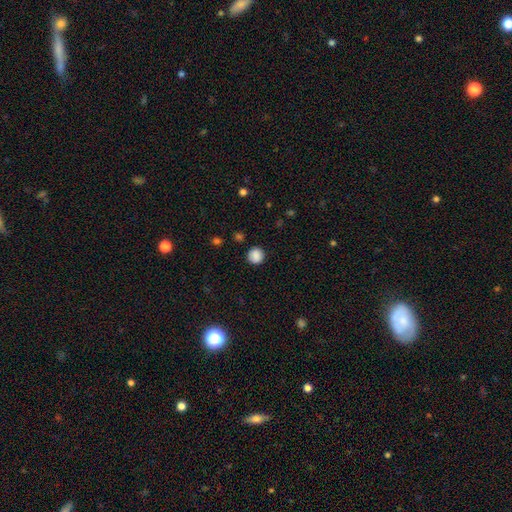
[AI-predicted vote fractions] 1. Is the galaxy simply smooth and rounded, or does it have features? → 87% smooth, 10% star or artifact, 4% featured or disk.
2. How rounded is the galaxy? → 90% round, 9% in between, 1% cigar-shaped.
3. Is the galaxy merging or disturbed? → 87% none, 9% minor disturbance, 3% major disturbance, 1% merger.